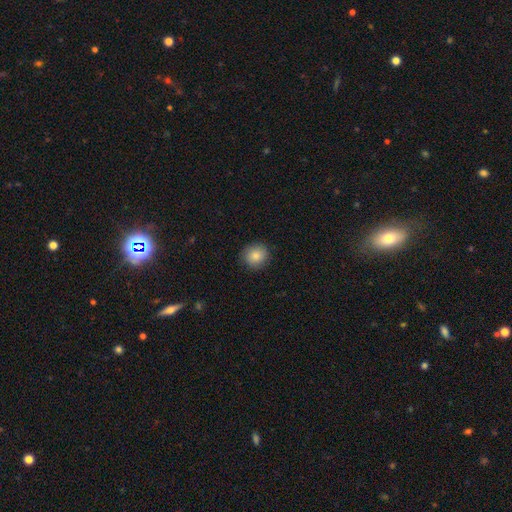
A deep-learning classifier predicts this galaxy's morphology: The model was most divided on "how rounded": round: 87%, in between: 12%, cigar-shaped: 1%. More confident: merging — none (89%); smooth or featured — smooth (85%).